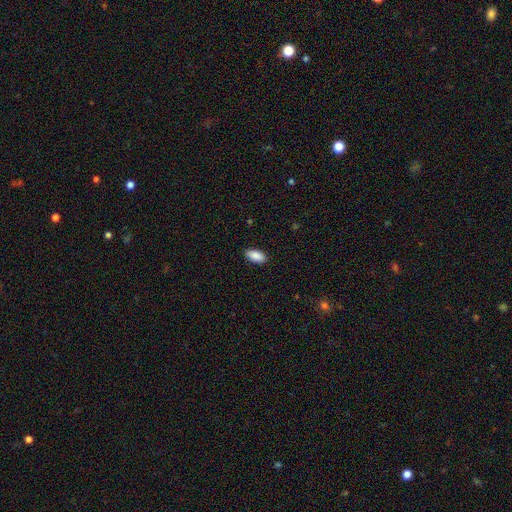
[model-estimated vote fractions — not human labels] Overall: smooth (89%). How rounded: in between (93%). Merging: none (87%).